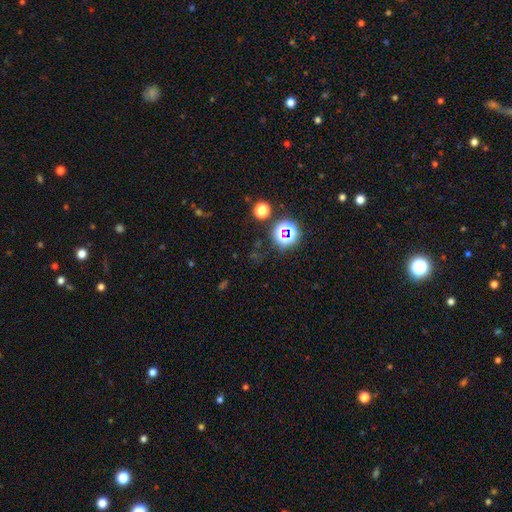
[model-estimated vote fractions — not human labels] Smooth or featured? Predicted: star or artifact (p=0.67).